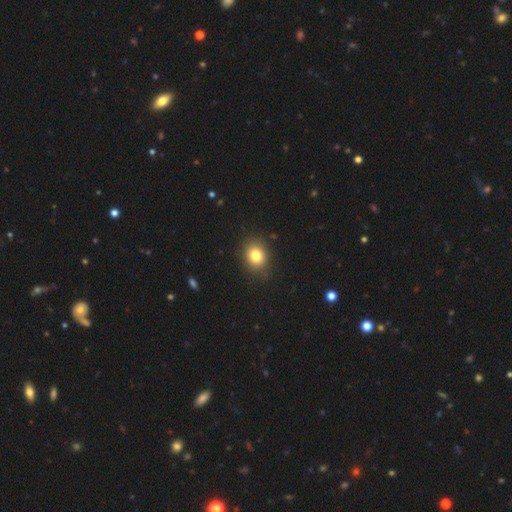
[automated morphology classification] Smooth or featured: smooth — 80% (star or artifact — 11%)
How rounded: round — 57% (in between — 42%)
Merging: none — 87% (minor disturbance — 9%)